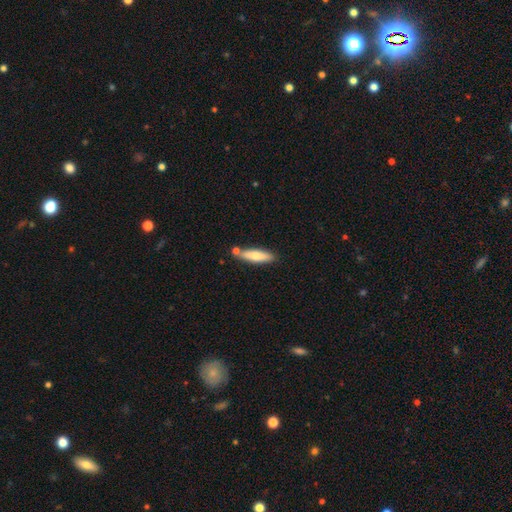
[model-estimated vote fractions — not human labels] Morphology: type=smooth (69%); roundness=cigar-shaped (71%); merging=none (75%).